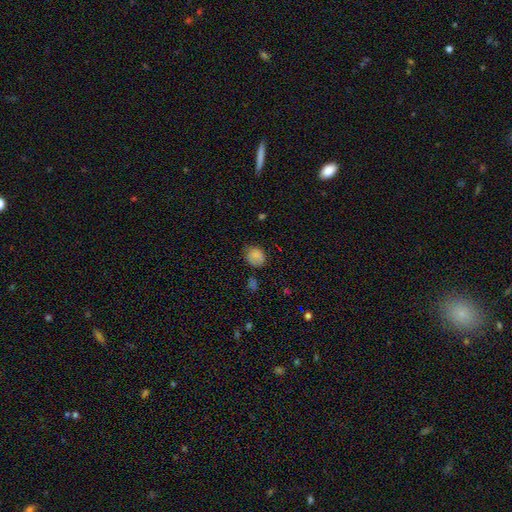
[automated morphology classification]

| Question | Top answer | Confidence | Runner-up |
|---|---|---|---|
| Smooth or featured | smooth | 82% | star or artifact (11%) |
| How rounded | round | 67% | in between (32%) |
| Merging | none | 68% | minor disturbance (24%) |